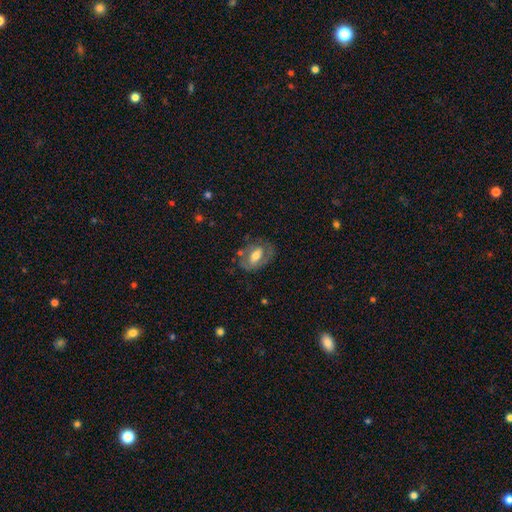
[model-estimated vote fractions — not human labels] The model was most divided on "smooth or featured": featured or disk: 53%, smooth: 40%, star or artifact: 7%. More confident: edge-on disk — no (92%); merging — none (61%).